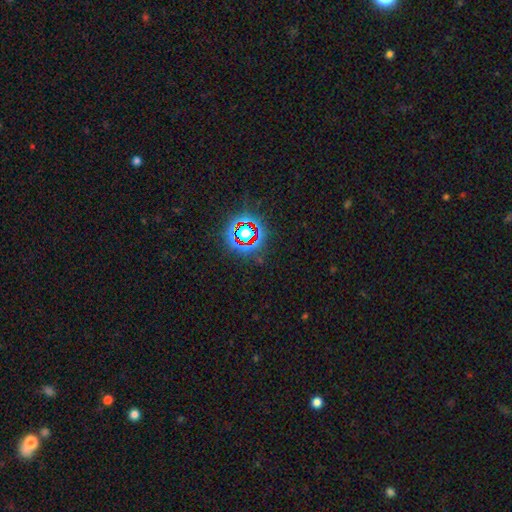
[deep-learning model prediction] smooth-or-featured: star or artifact: 79% | smooth: 12% | featured or disk: 9%